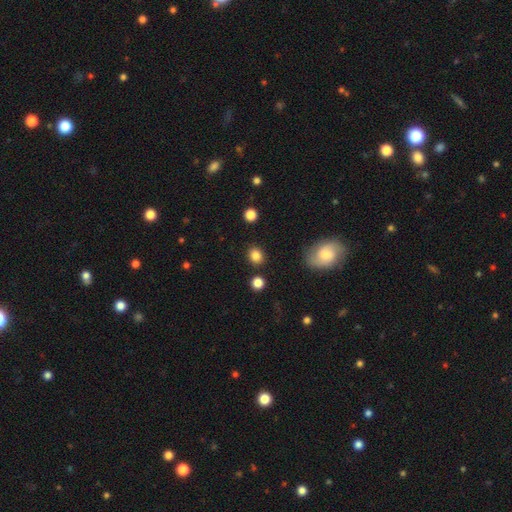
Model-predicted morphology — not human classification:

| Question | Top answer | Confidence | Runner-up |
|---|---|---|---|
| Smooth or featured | smooth | 85% | star or artifact (11%) |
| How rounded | round | 70% | in between (29%) |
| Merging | none | 86% | minor disturbance (8%) |